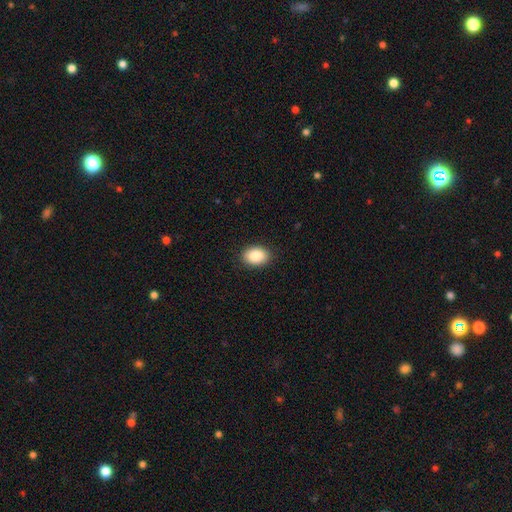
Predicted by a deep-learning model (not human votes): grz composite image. It shows a smooth galaxy with no disk features (89%) that is in between round and cigar-shaped (78%). Merging: none (88%).